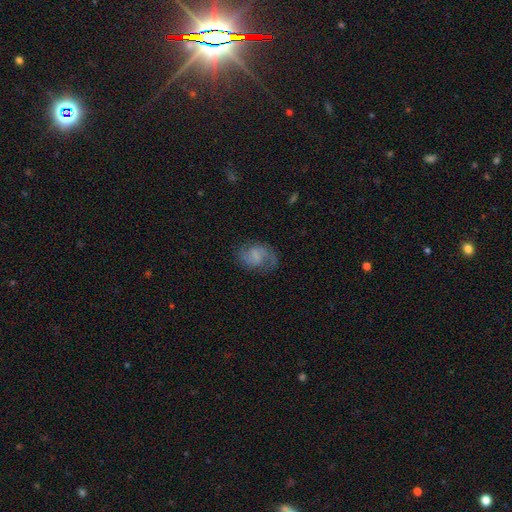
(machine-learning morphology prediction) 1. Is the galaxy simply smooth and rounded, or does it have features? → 65% featured or disk, 27% smooth, 9% star or artifact.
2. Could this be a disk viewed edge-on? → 97% no, 3% yes.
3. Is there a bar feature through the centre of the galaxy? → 53% weak, 33% no, 14% strong.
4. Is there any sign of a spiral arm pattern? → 90% yes, 10% no.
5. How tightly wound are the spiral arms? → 50% medium, 31% loose, 19% tight.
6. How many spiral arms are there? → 85% 2, 8% can't tell, 4% 1, 1% 3, 1% 4, 1% more than 4.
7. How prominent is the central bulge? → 49% none, 27% small, 17% moderate, 6% large, 1% dominant.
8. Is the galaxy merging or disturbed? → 69% none, 19% minor disturbance, 10% major disturbance, 2% merger.